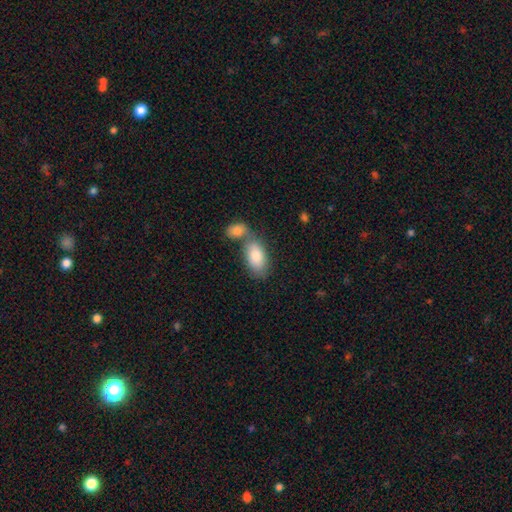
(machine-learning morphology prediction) This is clearly a smooth galaxy (81%). How rounded: clearly in between (93%). Merging: marginally none (44%).